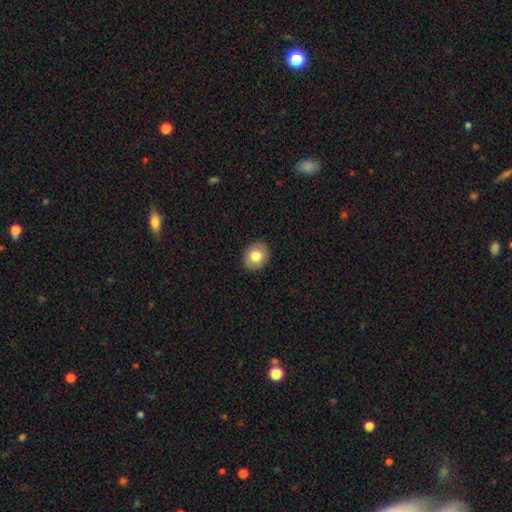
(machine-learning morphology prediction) Q: Smooth or featured?
A: smooth (80%); runner-up: featured or disk (12%)
Q: How rounded?
A: round (68%); runner-up: in between (31%)
Q: Merging?
A: none (91%); runner-up: minor disturbance (6%)